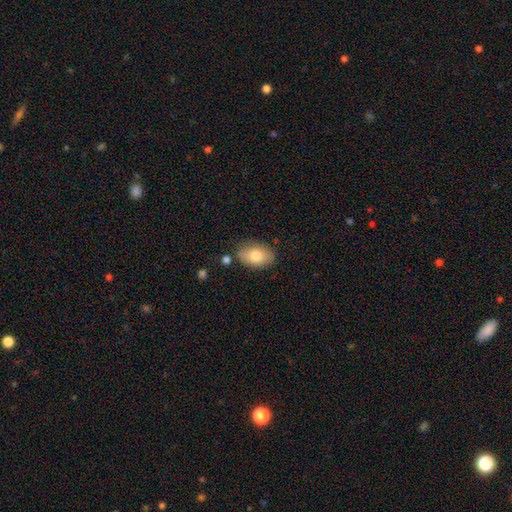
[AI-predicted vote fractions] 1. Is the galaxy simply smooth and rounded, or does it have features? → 79% smooth, 14% featured or disk, 7% star or artifact.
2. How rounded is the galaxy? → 89% in between, 9% round, 1% cigar-shaped.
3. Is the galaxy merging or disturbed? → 78% none, 15% minor disturbance, 4% merger, 3% major disturbance.